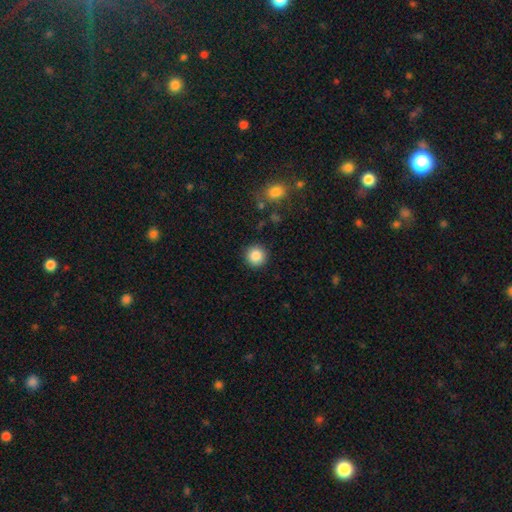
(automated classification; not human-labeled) Smooth or featured: smooth — 86% (star or artifact — 9%)
How rounded: round — 95% (in between — 4%)
Merging: none — 91% (minor disturbance — 6%)